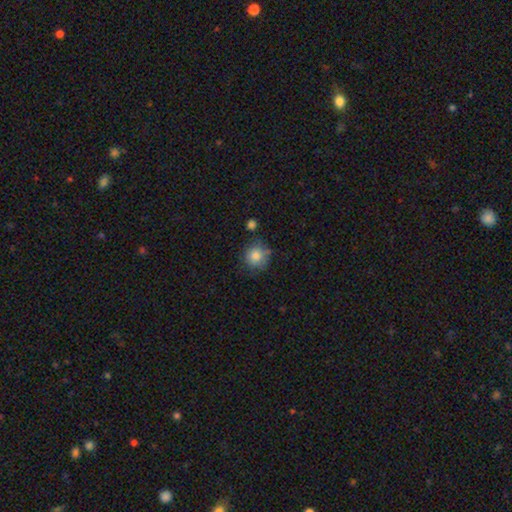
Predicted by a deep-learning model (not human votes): smooth_or_featured: smooth (p=0.83) [alt: star or artifact p=0.09]
how_rounded: round (p=0.90) [alt: in between p=0.09]
merging: none (p=0.71) [alt: minor disturbance p=0.18]